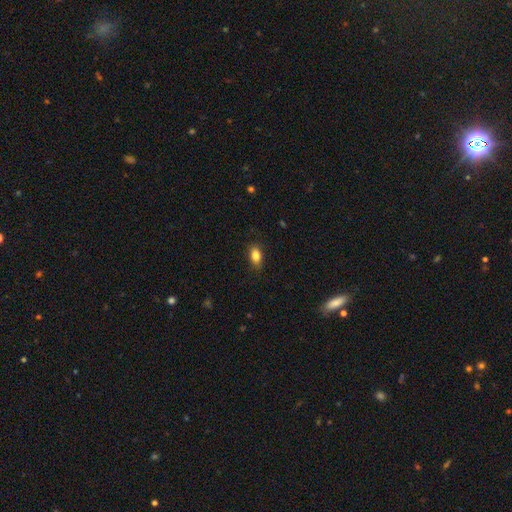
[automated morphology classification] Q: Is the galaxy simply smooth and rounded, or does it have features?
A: smooth — 83%.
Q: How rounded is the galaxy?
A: in between — 85%.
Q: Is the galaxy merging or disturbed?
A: none — 84%.